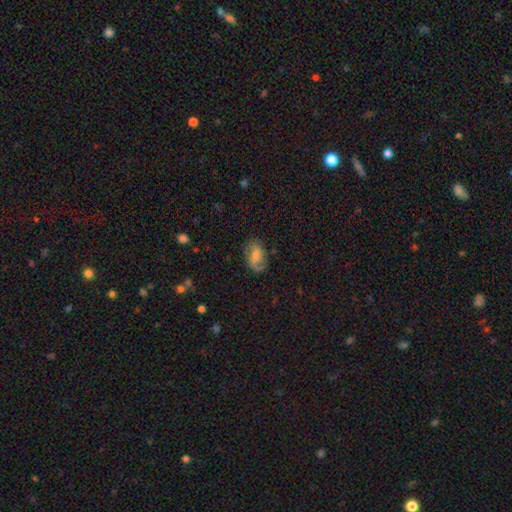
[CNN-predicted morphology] A featured or disk galaxy (50%).

Vote fractions:
- Smooth or featured? featured or disk: 50% / smooth: 41% / star or artifact: 9%
- Merging? none: 63% / minor disturbance: 22% / major disturbance: 13% / merger: 2%